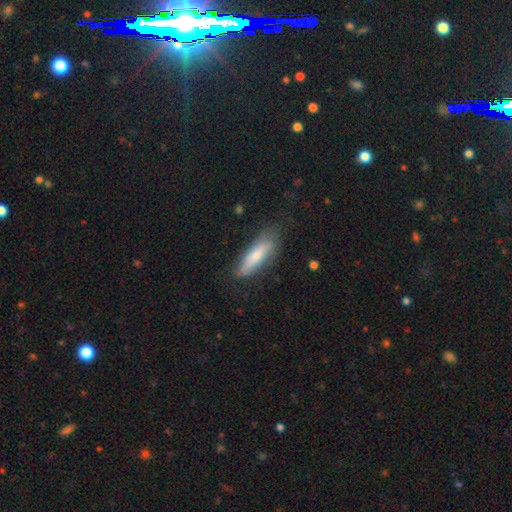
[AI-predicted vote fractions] Overall: smooth (66%; featured or disk 28%). How rounded: cigar-shaped (59%; in between 39%). Merging: none (70%).